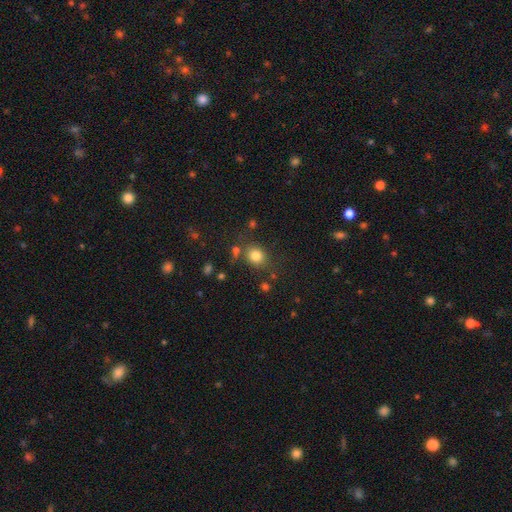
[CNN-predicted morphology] Q: Smooth or featured?
A: smooth (80%); runner-up: star or artifact (13%)
Q: How rounded?
A: round (73%); runner-up: in between (26%)
Q: Merging?
A: none (75%); runner-up: minor disturbance (12%)